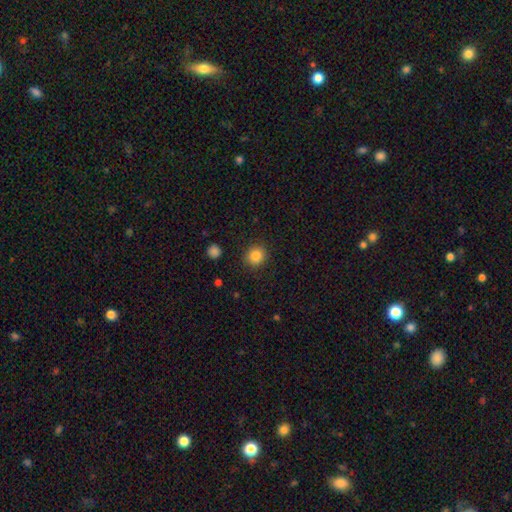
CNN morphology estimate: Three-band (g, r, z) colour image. It shows a smooth galaxy with no disk features (85%) that is round (86%). Merging: none (89%).